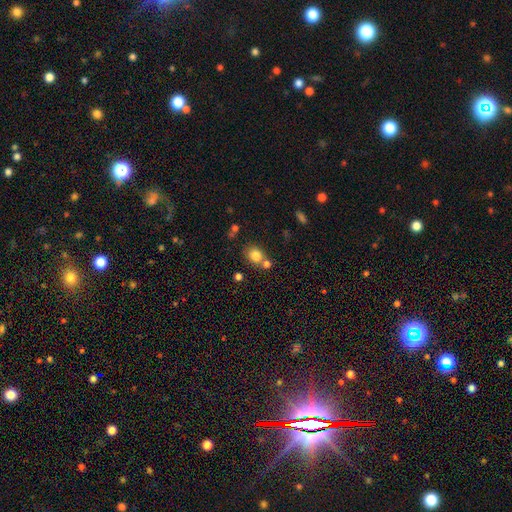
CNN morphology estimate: smooth_or_featured: smooth (p=0.81) [alt: star or artifact p=0.11]
how_rounded: round (p=0.63) [alt: in between p=0.36]
merging: none (p=0.61) [alt: merger p=0.24]